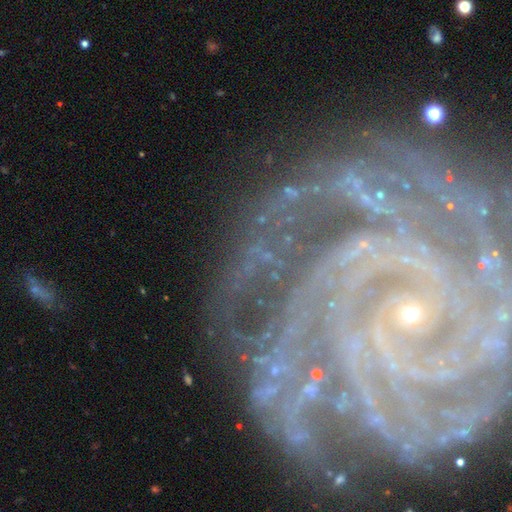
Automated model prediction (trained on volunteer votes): featured or disk 65%, star or artifact 22%, smooth 12%. Down the decision tree: edge-on disk — no (91%); bar — no (36%); spiral arms — yes (91%); spiral arm count — can't tell (25%); spiral winding — tight (65%); bulge size — small (61%); merging — none (68%).